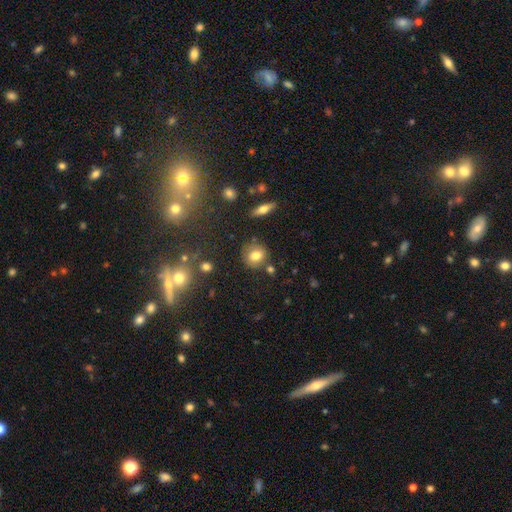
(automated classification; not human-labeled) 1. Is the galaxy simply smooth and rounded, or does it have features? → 77% smooth, 12% featured or disk, 11% star or artifact.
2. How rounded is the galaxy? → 78% round, 20% in between, 1% cigar-shaped.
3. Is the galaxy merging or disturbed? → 79% none, 12% minor disturbance, 7% merger, 3% major disturbance.